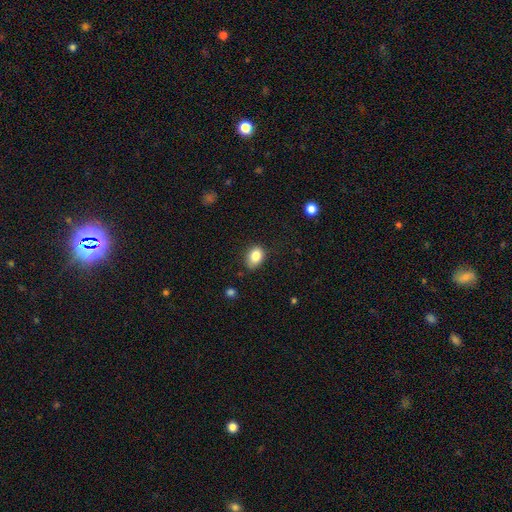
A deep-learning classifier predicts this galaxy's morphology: Smooth or featured: smooth — 83% (star or artifact — 9%)
How rounded: in between — 68% (round — 30%)
Merging: none — 70% (minor disturbance — 24%)